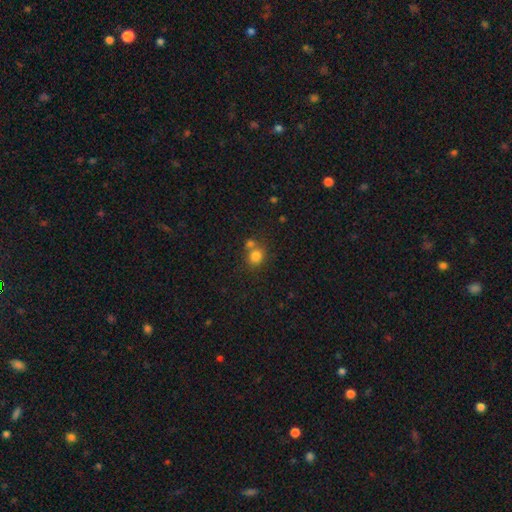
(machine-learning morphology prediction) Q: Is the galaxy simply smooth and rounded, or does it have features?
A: smooth — 80%.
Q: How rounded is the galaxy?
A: round — 78%.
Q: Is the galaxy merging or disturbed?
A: none — 54%.